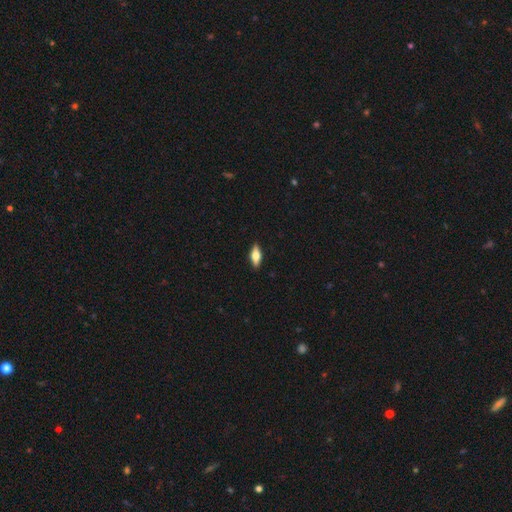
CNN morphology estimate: A smooth galaxy with no disk features (49%). Merging: none (89%).